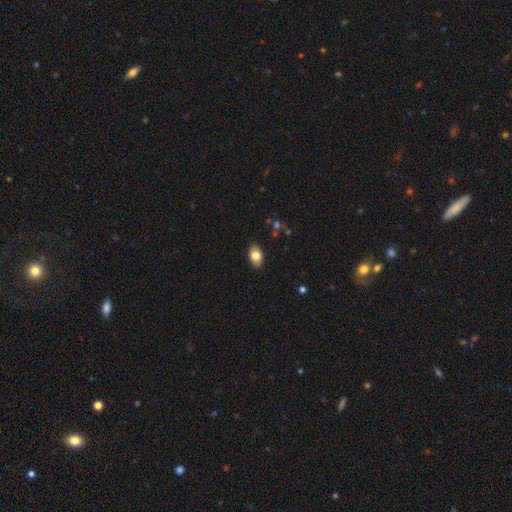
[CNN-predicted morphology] smooth-or-featured: smooth: 79% | featured or disk: 14% | star or artifact: 8%
  how-rounded: in between: 88% | round: 10% | cigar-shaped: 2%
  merging: none: 86% | minor disturbance: 10% | major disturbance: 2% | merger: 1%